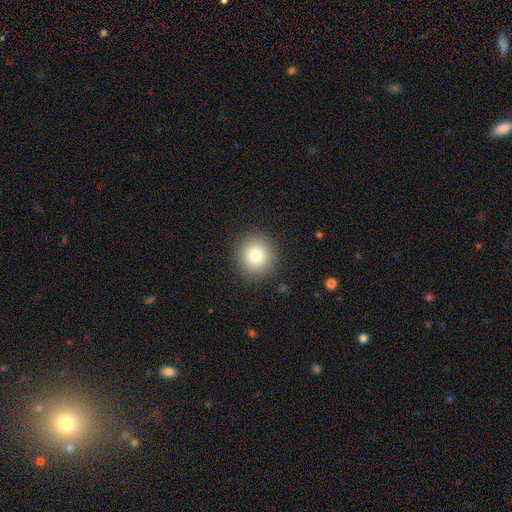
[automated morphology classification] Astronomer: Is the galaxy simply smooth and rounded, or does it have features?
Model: smooth — 80%.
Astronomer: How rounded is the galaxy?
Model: round — 93%.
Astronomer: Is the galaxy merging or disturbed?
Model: none — 90%.